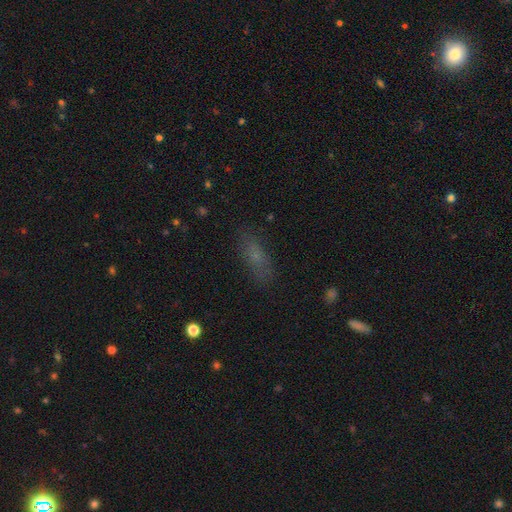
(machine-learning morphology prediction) Smooth or featured? Predicted: smooth (p=0.61). How rounded? Predicted: in between (p=0.63). Merging? Predicted: none (p=0.80).